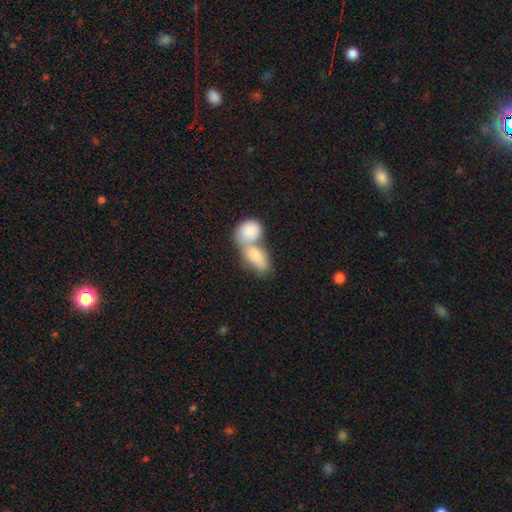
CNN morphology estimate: Smooth or featured? smooth (81%)
How rounded? in between (83%)
Merging? merger (72%)